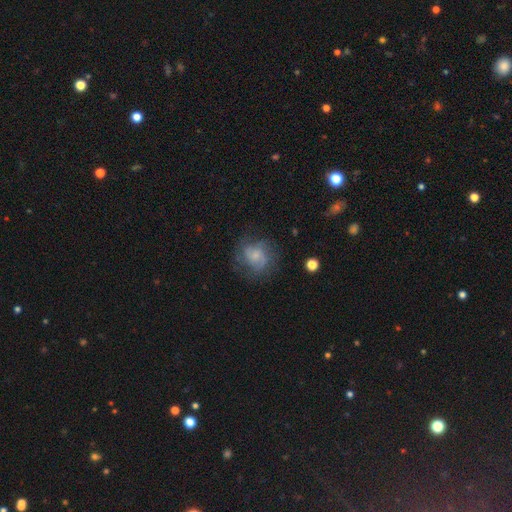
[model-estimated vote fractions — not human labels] This appears to be a featured or disk galaxy (57%) with no bar (70%), spiral arms (82%) and a small central bulge (58%). Merging: none (64%).